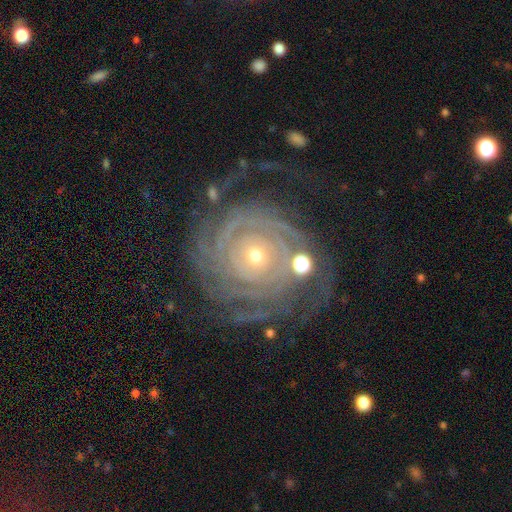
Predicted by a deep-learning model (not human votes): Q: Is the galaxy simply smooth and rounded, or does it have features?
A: featured or disk — 90%.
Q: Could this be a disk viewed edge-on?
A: no — 97%.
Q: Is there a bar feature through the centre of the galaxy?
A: no — 78%.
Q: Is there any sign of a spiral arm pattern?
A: yes — 98%.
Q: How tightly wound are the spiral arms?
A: tight — 86%.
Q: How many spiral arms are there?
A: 2 — 22%, tied with can't tell.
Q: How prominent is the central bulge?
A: small — 68%.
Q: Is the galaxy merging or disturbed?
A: none — 69%.